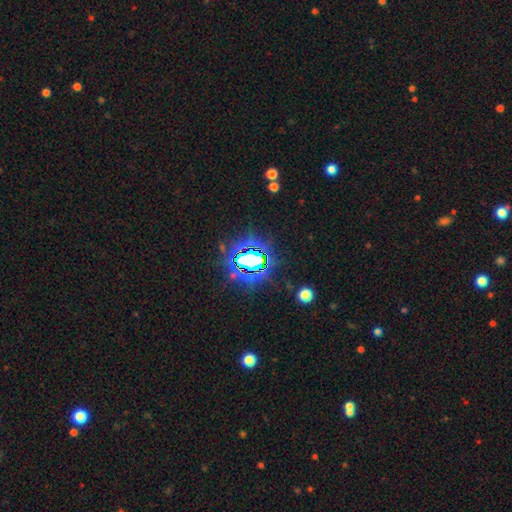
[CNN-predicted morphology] A star or artifact, not a galaxy (79%).

Vote fractions:
- Smooth or featured? star or artifact: 79% / smooth: 12% / featured or disk: 9%